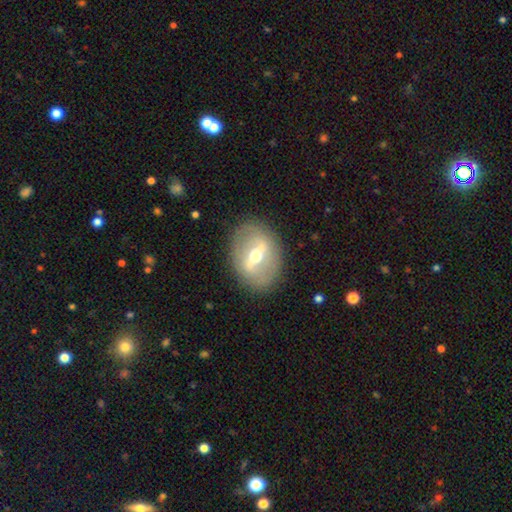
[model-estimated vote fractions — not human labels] This appears to be a featured or disk galaxy (72%) with a strong bar (68%), no spiral arms (75%) and a moderate central bulge (67%). Merging: none (84%).